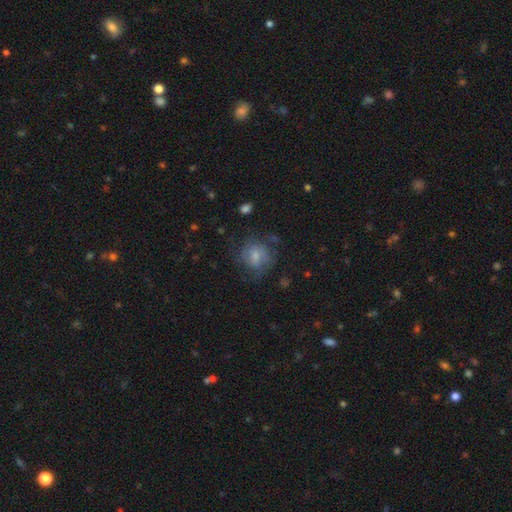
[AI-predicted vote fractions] A smooth galaxy with no disk features (58%) that is round (70%).

Vote fractions:
- Smooth or featured? smooth: 58% / featured or disk: 33% / star or artifact: 10%
- How rounded? round: 70% / in between: 29% / cigar-shaped: 1%
- Merging? none: 55% / minor disturbance: 24% / major disturbance: 19% / merger: 3%